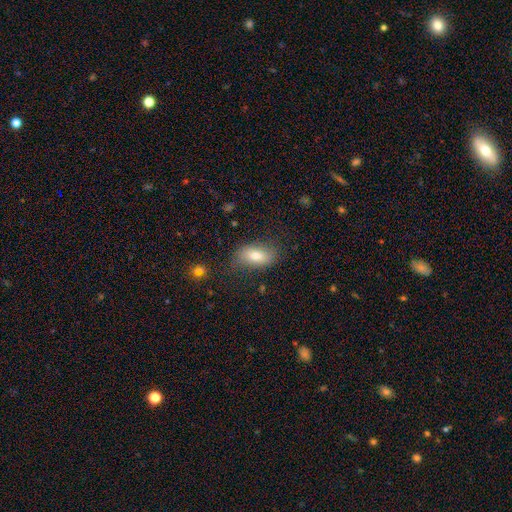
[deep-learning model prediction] The model was most divided on "merging": none: 71%, minor disturbance: 20%, major disturbance: 7%, merger: 2%. More confident: how rounded — in between (89%); smooth or featured — smooth (71%).